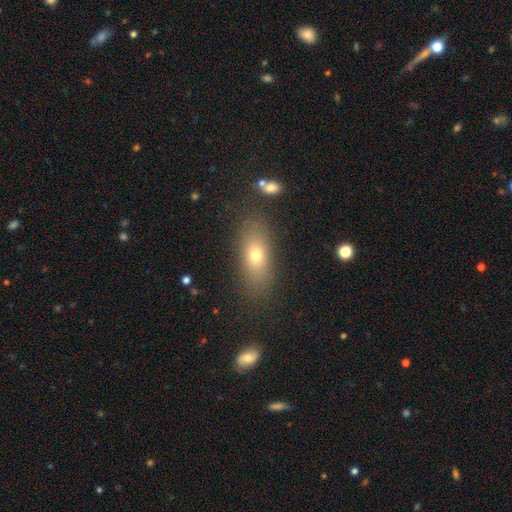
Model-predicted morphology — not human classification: Smooth or featured? Predicted: smooth (p=0.69). How rounded? Predicted: in between (p=0.72). Merging? Predicted: none (p=0.82).